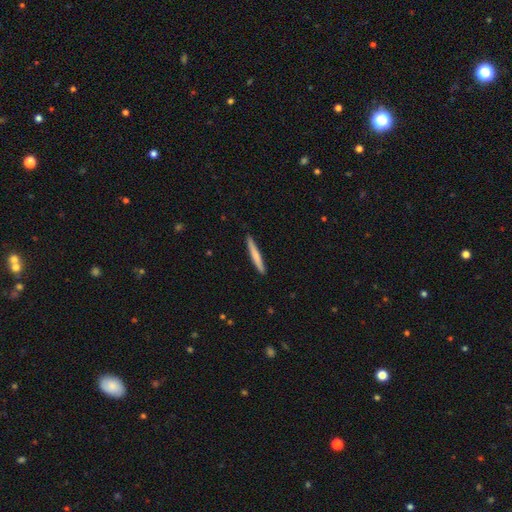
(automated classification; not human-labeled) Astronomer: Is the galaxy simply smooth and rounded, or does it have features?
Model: smooth — 66%.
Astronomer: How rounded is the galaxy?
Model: cigar-shaped — 96%.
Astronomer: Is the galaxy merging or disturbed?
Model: none — 91%.